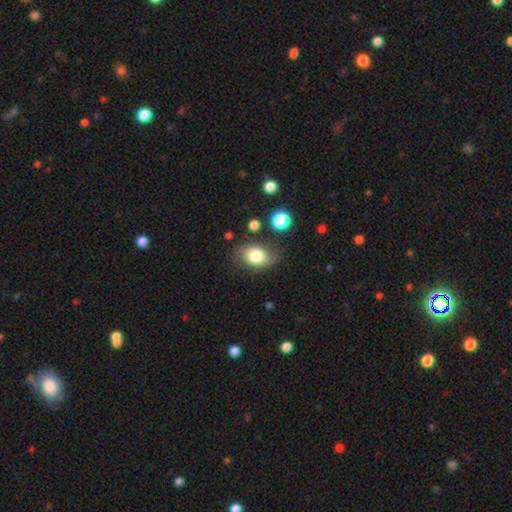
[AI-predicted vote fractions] A smooth galaxy with no disk features (78%) that is in between round and cigar-shaped (77%). Merging: none (72%).